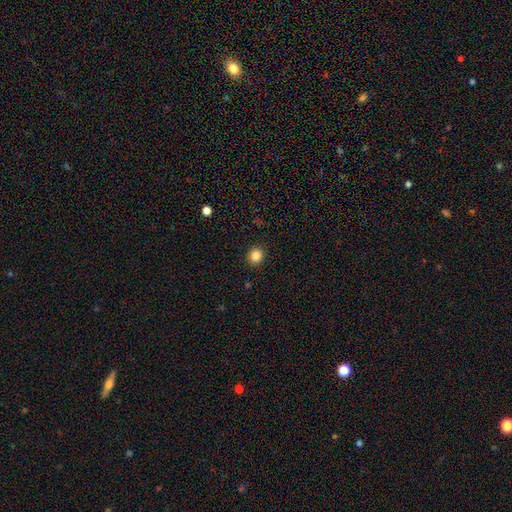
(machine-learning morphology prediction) Smooth or featured: smooth — 86% (star or artifact — 11%)
How rounded: round — 77% (in between — 22%)
Merging: none — 91% (minor disturbance — 6%)